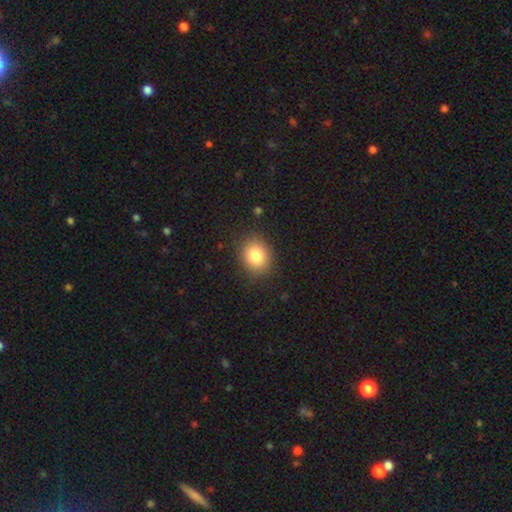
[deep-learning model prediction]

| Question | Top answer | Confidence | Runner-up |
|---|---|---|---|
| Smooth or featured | smooth | 82% | star or artifact (10%) |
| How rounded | round | 64% | in between (36%) |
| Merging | none | 87% | minor disturbance (9%) |